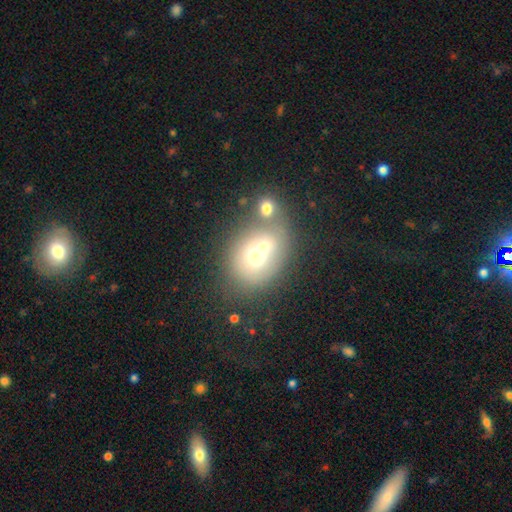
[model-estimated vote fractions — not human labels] This is likely a smooth galaxy (61%). How rounded: likely round (61%). Merging: possibly merger (60%).